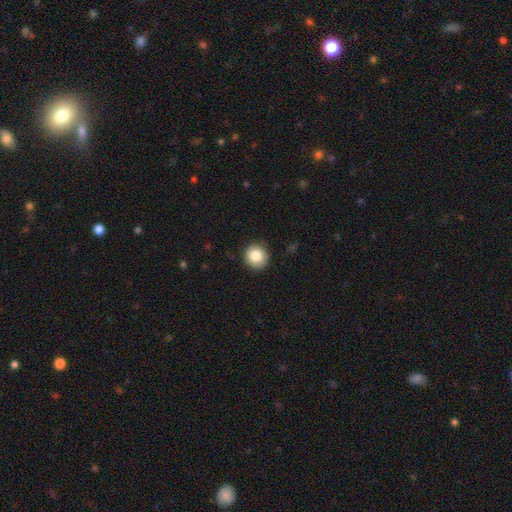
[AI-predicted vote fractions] Smooth or featured? Predicted: smooth (p=0.84). How rounded? Predicted: round (p=0.90). Merging? Predicted: none (p=0.91).